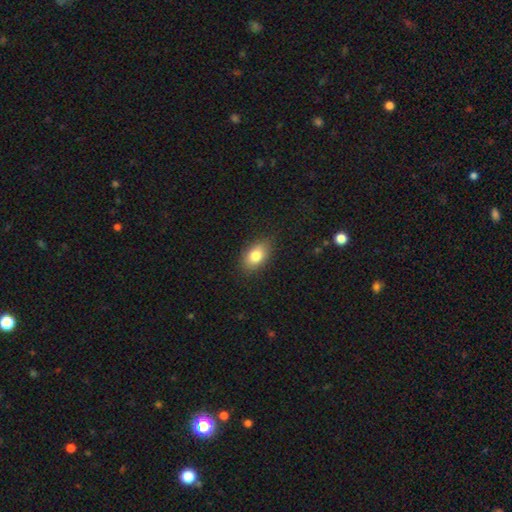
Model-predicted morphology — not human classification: Q: Smooth or featured?
A: smooth (82%); runner-up: featured or disk (10%)
Q: How rounded?
A: in between (88%); runner-up: round (10%)
Q: Merging?
A: none (84%); runner-up: minor disturbance (12%)